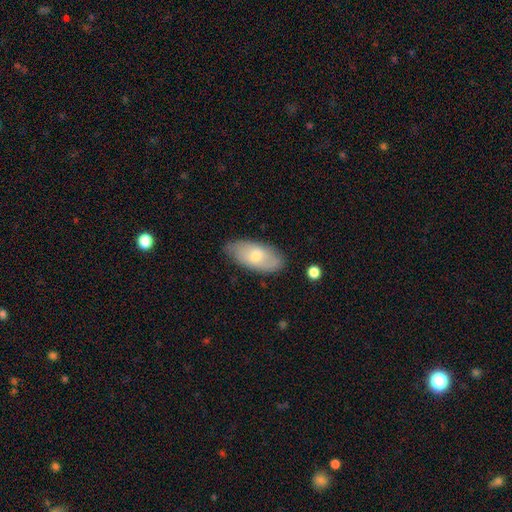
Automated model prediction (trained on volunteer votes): smooth 61%, featured or disk 33%, star or artifact 6%. Down the decision tree: how rounded — in between (92%); merging — none (79%).